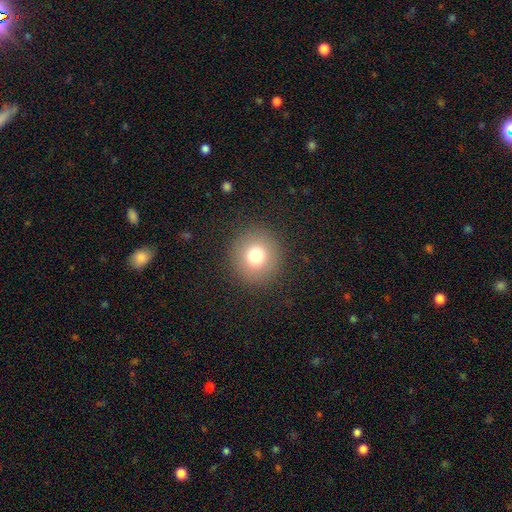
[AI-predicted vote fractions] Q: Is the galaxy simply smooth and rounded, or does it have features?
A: smooth — 76%.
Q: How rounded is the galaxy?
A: round — 93%.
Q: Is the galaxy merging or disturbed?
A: none — 90%.